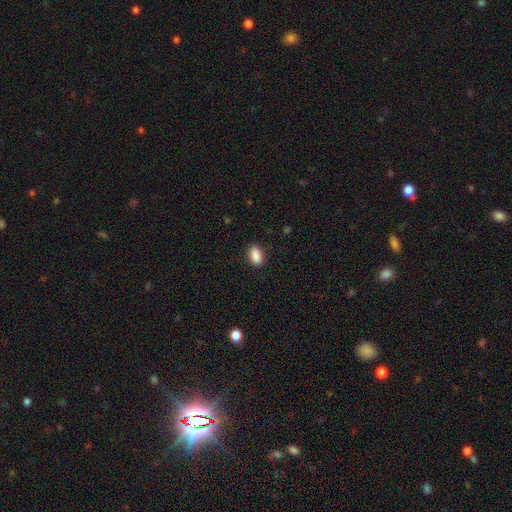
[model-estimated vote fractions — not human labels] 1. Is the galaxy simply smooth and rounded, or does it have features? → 89% smooth, 7% star or artifact, 3% featured or disk.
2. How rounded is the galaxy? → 91% in between, 6% round, 3% cigar-shaped.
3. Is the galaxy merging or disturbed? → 88% none, 9% minor disturbance, 2% major disturbance, 1% merger.